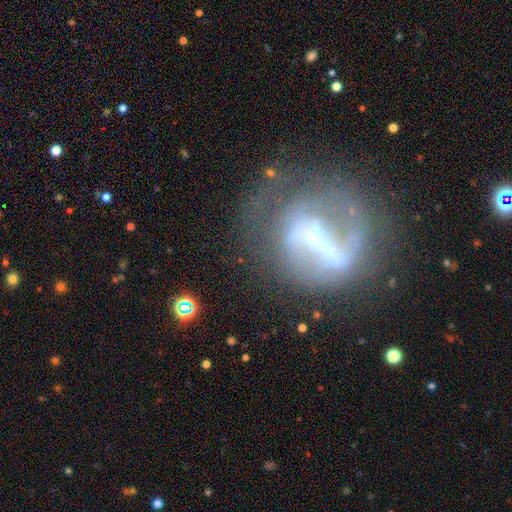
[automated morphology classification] Smooth or featured? featured or disk (72%)
Edge-on disk? no (87%)
Bar? strong (62%)
Spiral arms? yes (61%)
Bulge size? small (47%)
Merging? none (57%)